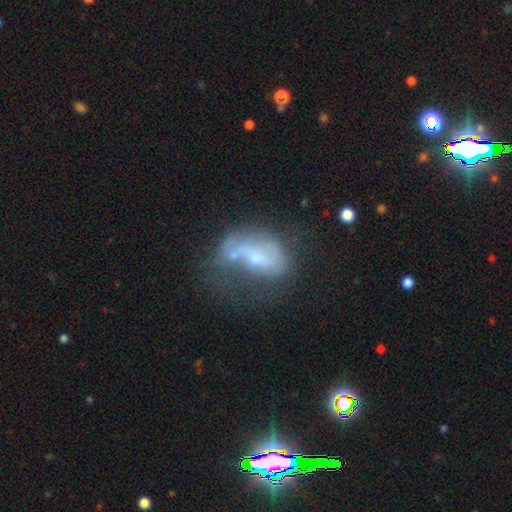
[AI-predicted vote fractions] This is likely a featured or disk galaxy (60%). It is clearly not viewed edge-on (95%). Bar: likely no (60%). Spiral arm pattern: possibly yes (51%). Central bulge: likely small (62%). Merging: marginally major disturbance (33%).